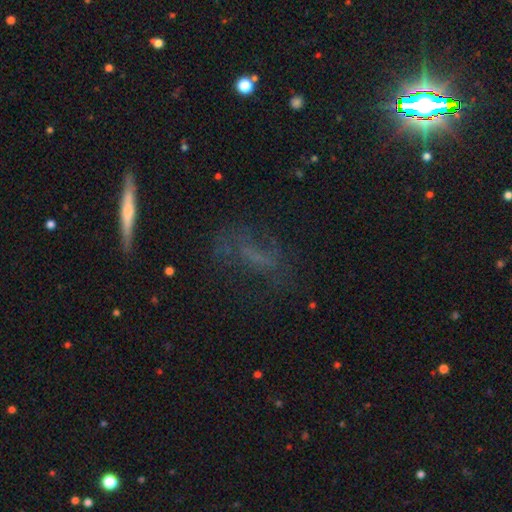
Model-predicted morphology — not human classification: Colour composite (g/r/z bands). It shows a featured or disk galaxy (41%). Merging: none (59%).